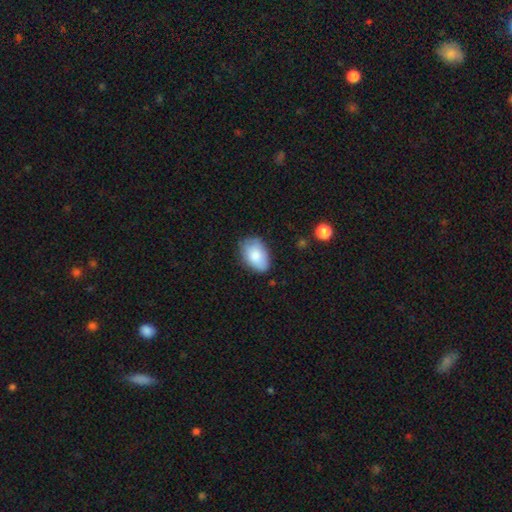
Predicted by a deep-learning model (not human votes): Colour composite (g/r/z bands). It shows a smooth galaxy with no disk features (83%) that is in between round and cigar-shaped (91%). Merging: none (74%).